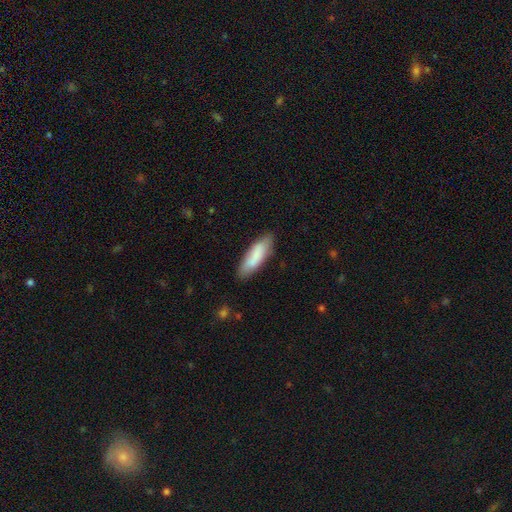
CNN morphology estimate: Smooth or featured: smooth — 83% (featured or disk — 12%)
How rounded: cigar-shaped — 50% (in between — 49%)
Merging: none — 81% (minor disturbance — 15%)